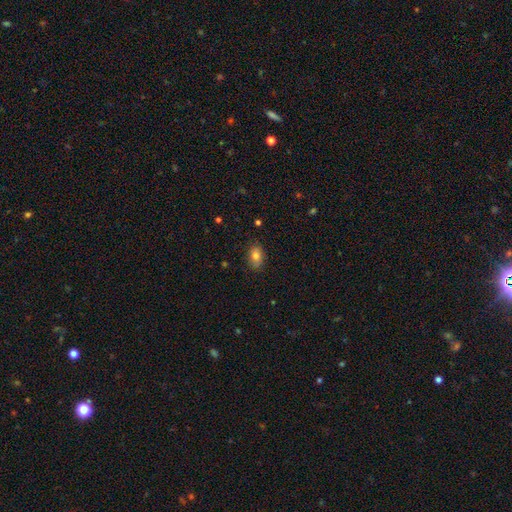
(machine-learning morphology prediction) type=smooth (79%); roundness=in between (85%); merging=none (84%).